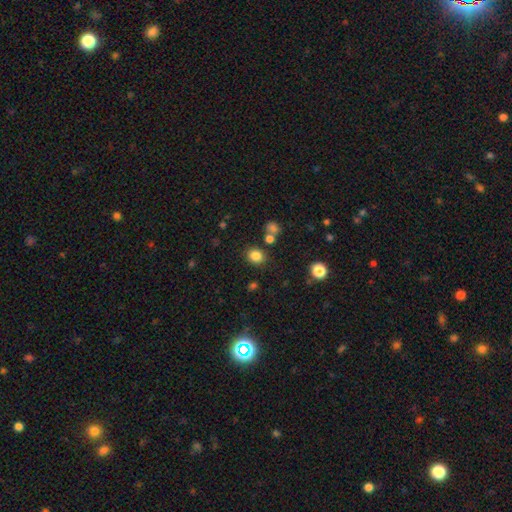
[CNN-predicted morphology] Smooth or featured? Predicted: smooth (p=0.82). How rounded? Predicted: round (p=0.70). Merging? Predicted: none (p=0.81).